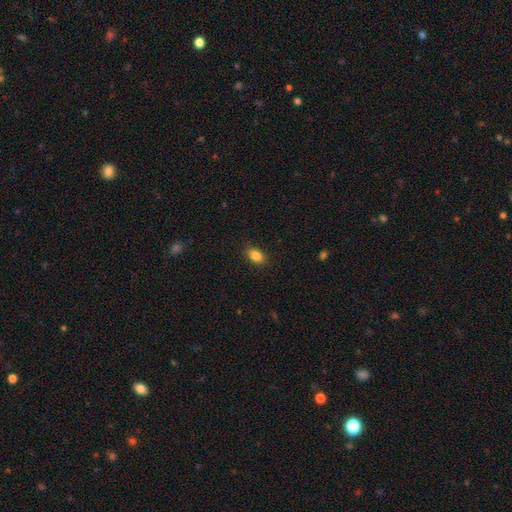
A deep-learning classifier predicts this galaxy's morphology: A smooth galaxy with no disk features (85%) that is in between round and cigar-shaped (79%).

Vote fractions:
- Smooth or featured? smooth: 85% / star or artifact: 9% / featured or disk: 5%
- How rounded? in between: 79% / round: 19% / cigar-shaped: 2%
- Merging? none: 85% / minor disturbance: 12% / major disturbance: 3% / merger: 1%